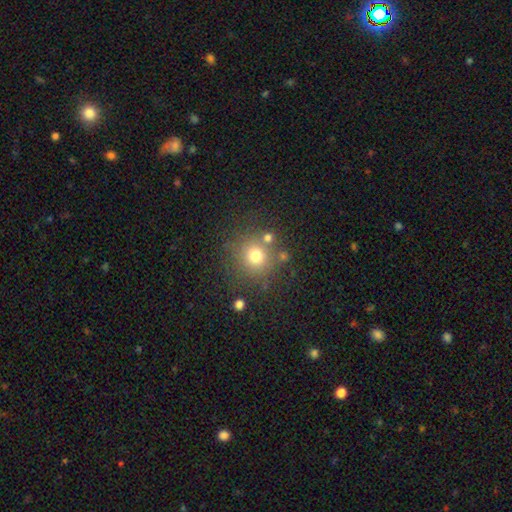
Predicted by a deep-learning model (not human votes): Smooth or featured? Predicted: smooth (p=0.73). How rounded? Predicted: round (p=0.92). Merging? Predicted: none (p=0.76).